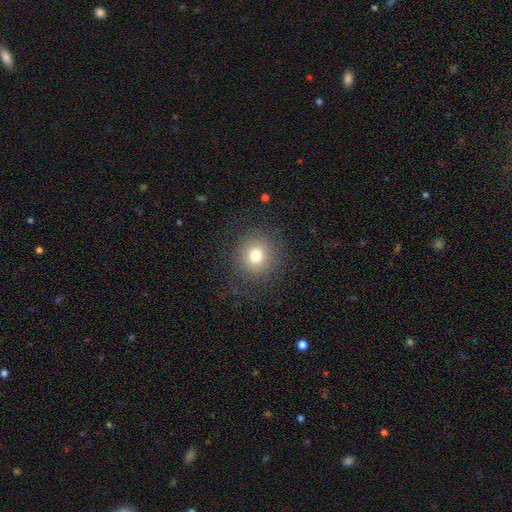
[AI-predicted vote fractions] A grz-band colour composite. It shows a smooth galaxy with no disk features (77%) that is round (90%). Merging: none (85%).